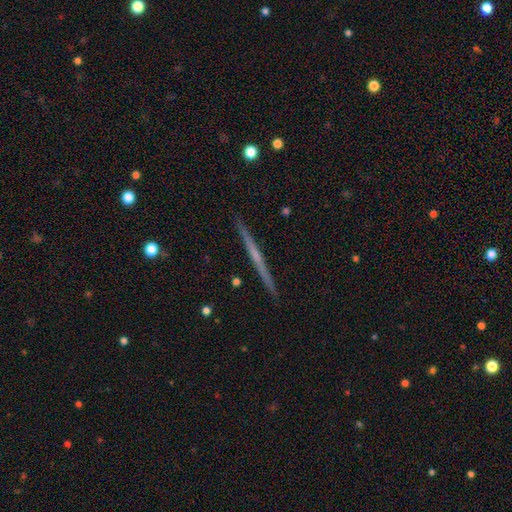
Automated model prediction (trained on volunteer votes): Morphology: type=featured or disk (71%); edge-on=yes (98%); edge-on bulge=none (65%); merging=none (93%).